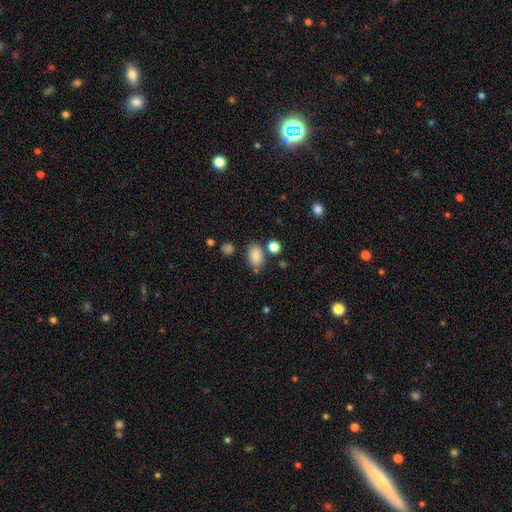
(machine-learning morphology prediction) smooth-or-featured: smooth: 85% | star or artifact: 9% | featured or disk: 6%
  how-rounded: in between: 85% | round: 14% | cigar-shaped: 1%
  merging: none: 73% | minor disturbance: 13% | merger: 9% | major disturbance: 4%